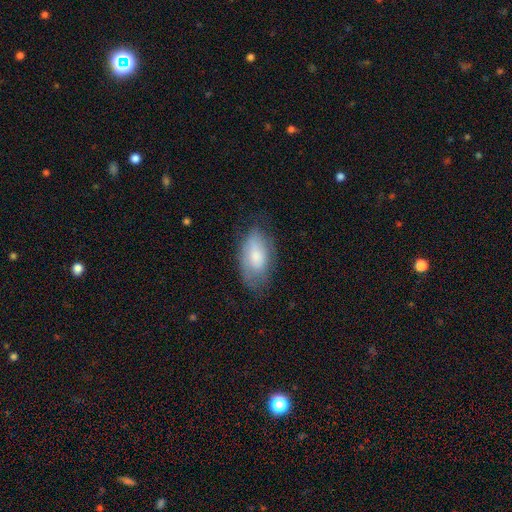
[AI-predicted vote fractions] The model was most divided on "smooth or featured": smooth: 63%, featured or disk: 30%, star or artifact: 7%. More confident: how rounded — in between (93%); merging — none (64%).